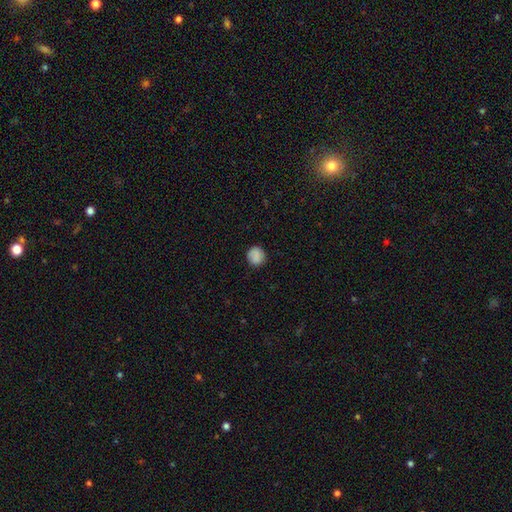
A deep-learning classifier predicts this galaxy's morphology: smooth_or_featured: smooth (p=0.85) [alt: star or artifact p=0.09]
how_rounded: round (p=0.87) [alt: in between p=0.12]
merging: none (p=0.86) [alt: minor disturbance p=0.11]